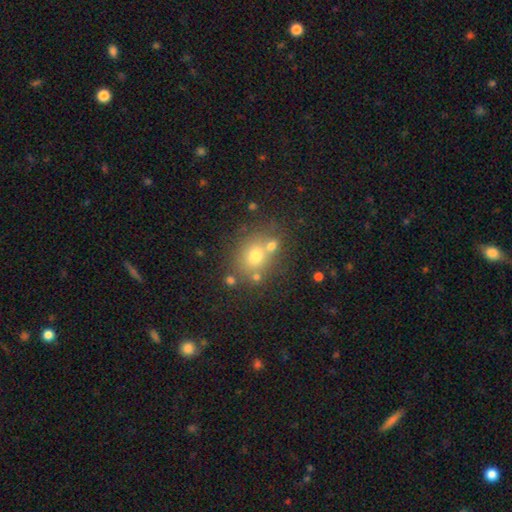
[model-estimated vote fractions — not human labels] A smooth galaxy with no disk features (68%) that is round (69%). Merging: none (60%).